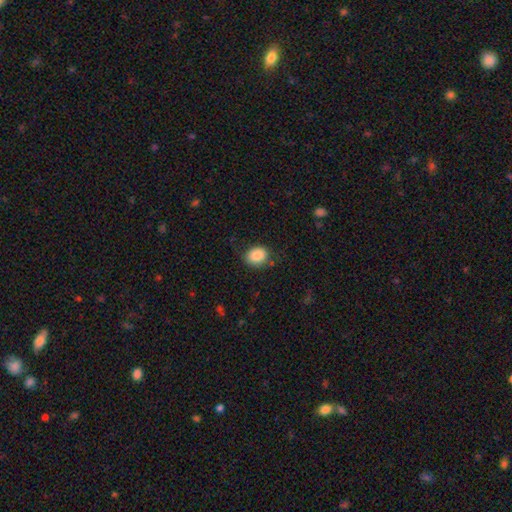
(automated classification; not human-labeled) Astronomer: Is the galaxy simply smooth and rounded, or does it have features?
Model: smooth — 86%.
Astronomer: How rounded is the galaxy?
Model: in between — 57% (runner-up: round, 42%).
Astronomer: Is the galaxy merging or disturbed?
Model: none — 74%.